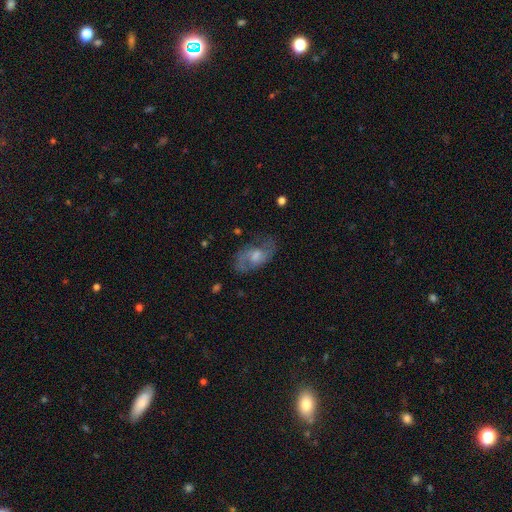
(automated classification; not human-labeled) Overall: featured or disk (69%). Edge-on disk: no (94%). Bar: no (60%; weak 35%). Spiral arms: yes (85%). Spiral arm count: 2 (80%). Spiral winding: medium (48%; loose 31%). Bulge size: moderate (54%; small 25%). Merging: none (71%).